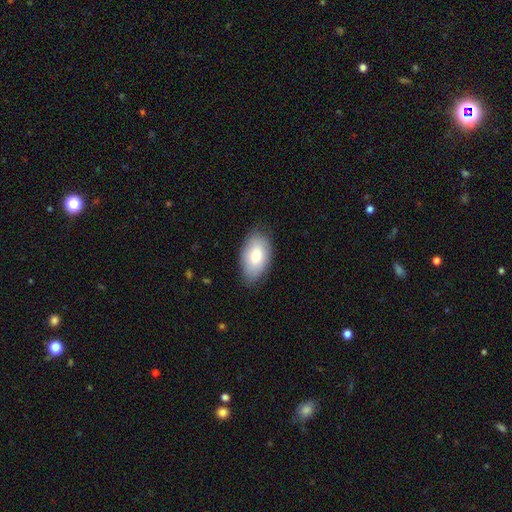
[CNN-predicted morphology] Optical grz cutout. It shows a smooth galaxy with no disk features (79%) that is in between round and cigar-shaped (94%). Merging: none (80%).